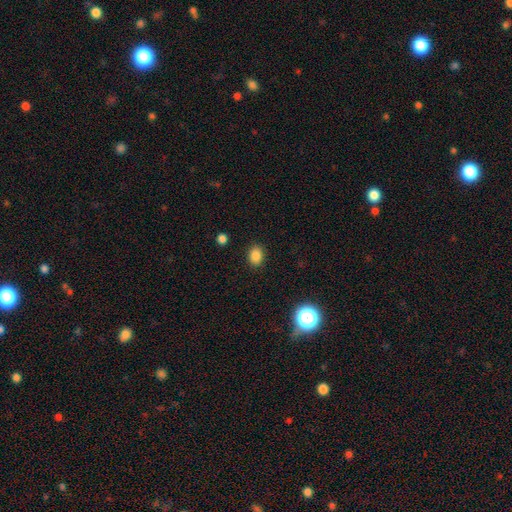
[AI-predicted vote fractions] Morphology: type=smooth (85%); roundness=in between (61%); merging=none (88%).